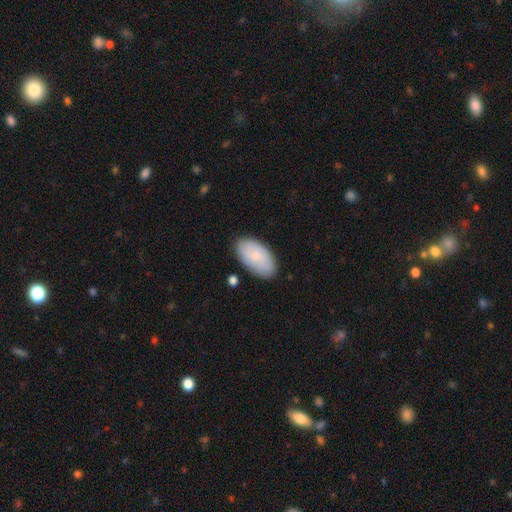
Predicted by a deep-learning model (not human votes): Smooth or featured: smooth — 73% (featured or disk — 21%)
How rounded: in between — 95% (round — 3%)
Merging: none — 83% (minor disturbance — 12%)